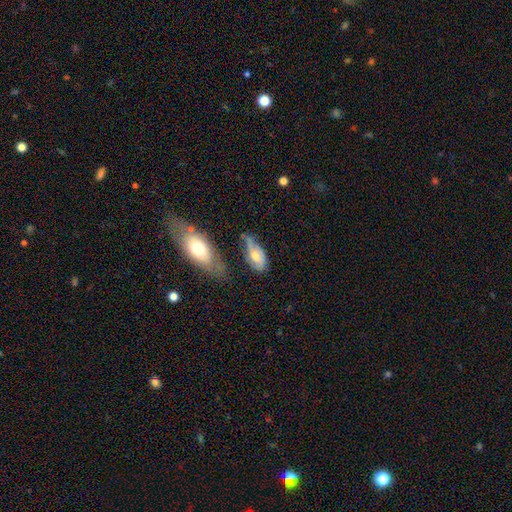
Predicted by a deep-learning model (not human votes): Smooth or featured? Predicted: smooth (p=0.52). How rounded? Predicted: in between (p=0.87). Merging? Predicted: minor disturbance (p=0.32).